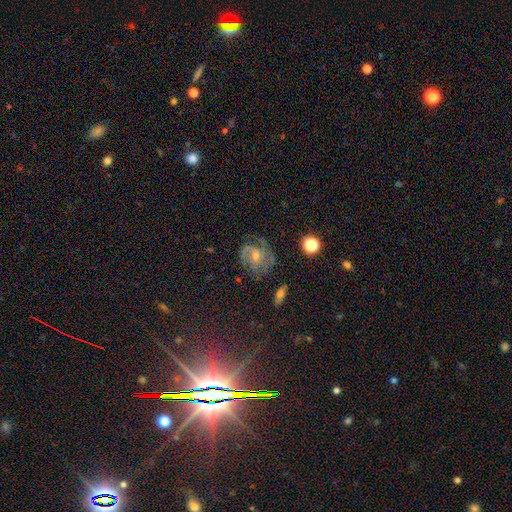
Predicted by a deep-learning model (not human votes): smooth-or-featured: featured or disk: 74% | star or artifact: 14% | smooth: 12%
  disk-edge-on: no: 97% | yes: 3%
    bar: no: 57% | weak: 35% | strong: 8%
    has-spiral-arms: yes: 93% | no: 7%
      spiral-winding: tight: 48% | medium: 40% | loose: 12%
      spiral-arm-count: 2: 42% | can't tell: 22% | 3: 16% | 1: 11% | 4: 4% | more than 4: 4%
    bulge-size: small: 52% | moderate: 42% | none: 3% | large: 2% | dominant: 1%
  merging: none: 68% | minor disturbance: 18% | major disturbance: 11% | merger: 2%